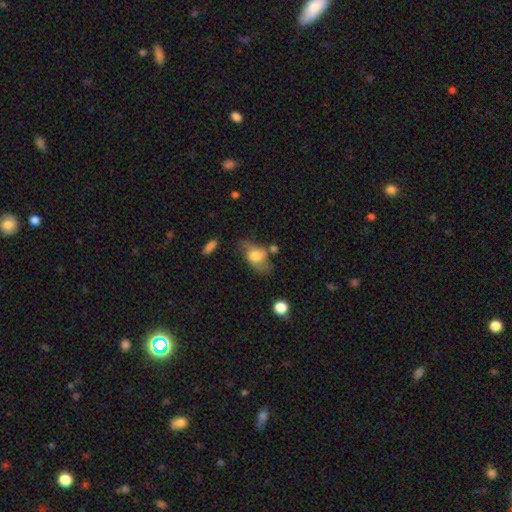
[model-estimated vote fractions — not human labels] smooth 55%, featured or disk 37%, star or artifact 8%. Down the decision tree: how rounded — in between (80%); merging — none (50%).